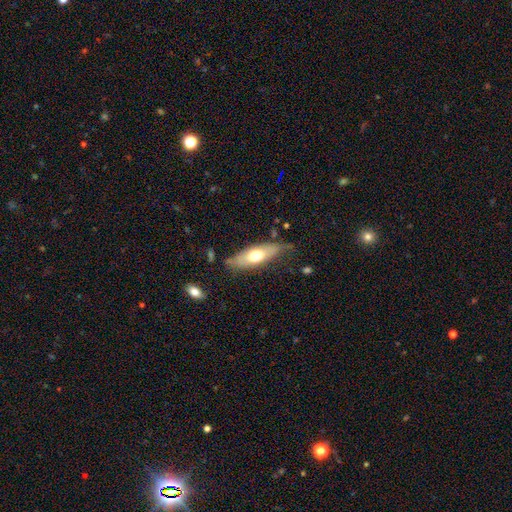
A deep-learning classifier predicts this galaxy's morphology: A smooth galaxy with no disk features (54%) that is in between round and cigar-shaped (59%).

Vote fractions:
- Smooth or featured? smooth: 54% / featured or disk: 40% / star or artifact: 6%
- How rounded? in between: 59% / cigar-shaped: 38% / round: 3%
- Merging? none: 66% / minor disturbance: 25% / major disturbance: 7% / merger: 3%